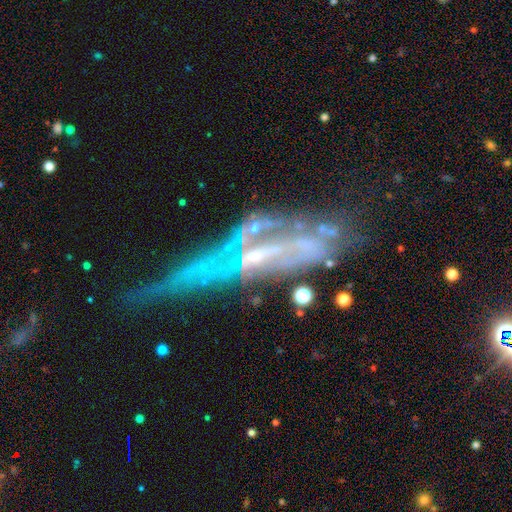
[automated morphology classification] Smooth or featured?
  - featured or disk: 67% *
  - star or artifact: 18%
  - smooth: 15%
Edge-on disk?
  - yes: 55% *
  - no: 45%
Merging?
  - none: 39% *
  - major disturbance: 25%
  - minor disturbance: 23%
  - merger: 13%